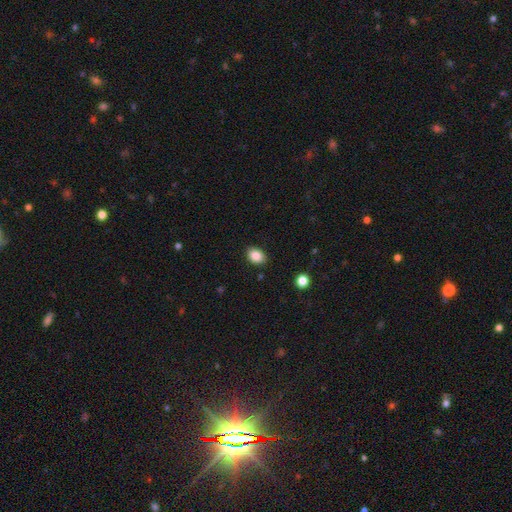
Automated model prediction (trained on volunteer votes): This appears to be a smooth galaxy with no disk features (87%) that is in between round and cigar-shaped (69%). Merging: none (86%).